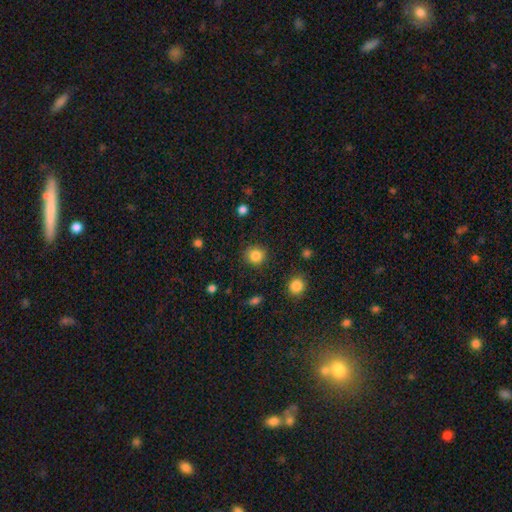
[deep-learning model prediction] Smooth or featured: smooth — 84% (star or artifact — 11%)
How rounded: round — 89% (in between — 10%)
Merging: none — 89% (minor disturbance — 7%)